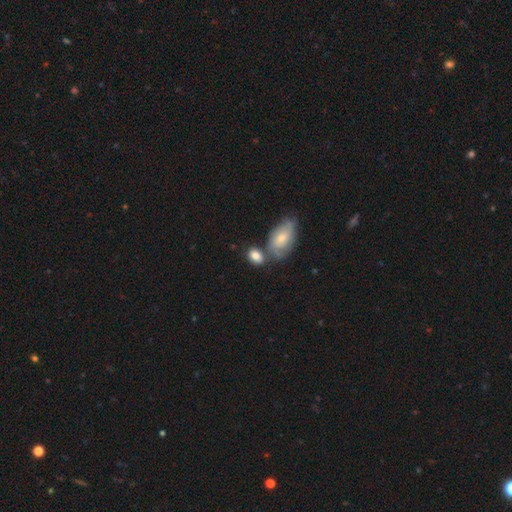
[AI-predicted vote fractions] Smooth or featured: smooth — 79% (featured or disk — 14%)
How rounded: in between — 81% (round — 17%)
Merging: none — 52% (merger — 26%)